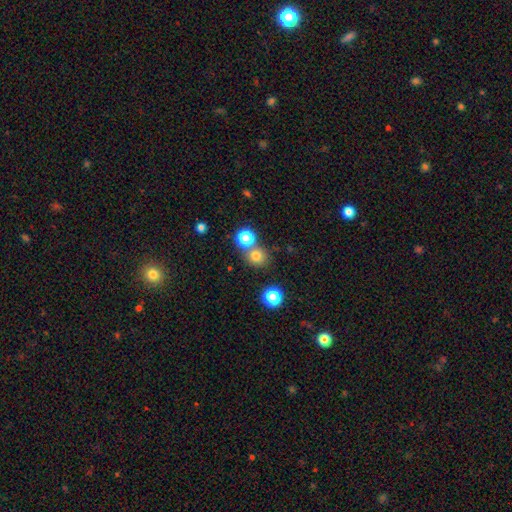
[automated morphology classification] smooth-or-featured: smooth: 75% | star or artifact: 17% | featured or disk: 7%
  how-rounded: round: 86% | in between: 13% | cigar-shaped: 1%
  merging: none: 65% | merger: 24% | minor disturbance: 8% | major disturbance: 3%